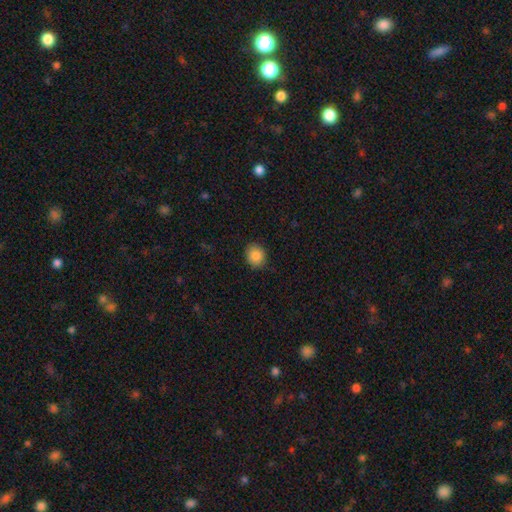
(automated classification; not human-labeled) This is clearly a smooth galaxy (87%). How rounded: likely round (74%). Merging: clearly none (87%).